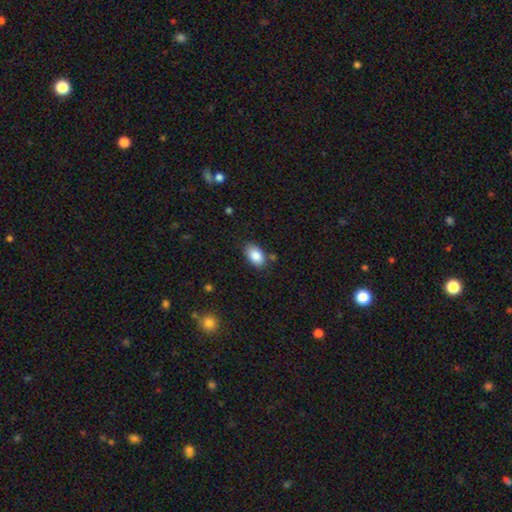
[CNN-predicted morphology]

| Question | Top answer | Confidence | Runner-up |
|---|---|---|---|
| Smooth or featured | smooth | 87% | star or artifact (7%) |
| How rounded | in between | 92% | round (6%) |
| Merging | none | 79% | minor disturbance (14%) |